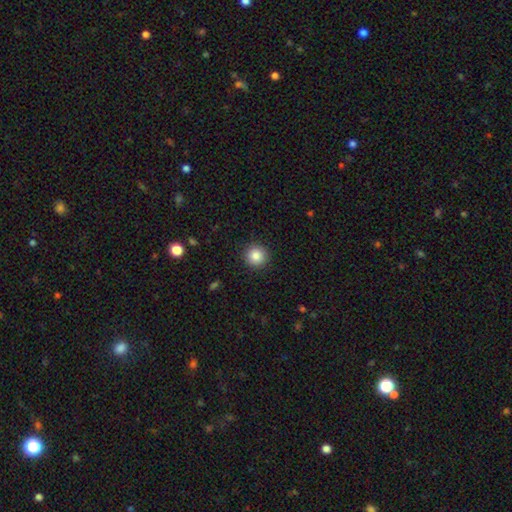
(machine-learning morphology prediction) A smooth galaxy with no disk features (86%) that is round (95%).

Vote fractions:
- Smooth or featured? smooth: 86% / star or artifact: 9% / featured or disk: 5%
- How rounded? round: 95% / in between: 5% / cigar-shaped: 1%
- Merging? none: 92% / minor disturbance: 5% / major disturbance: 2% / merger: 1%